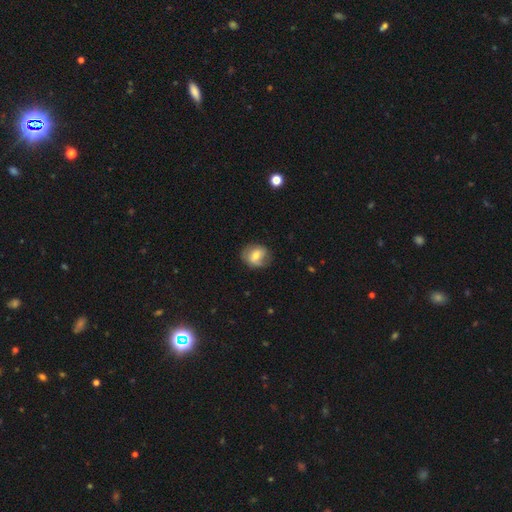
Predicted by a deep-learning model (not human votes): A smooth galaxy with no disk features (58%) that is round (64%). Merging: none (71%).